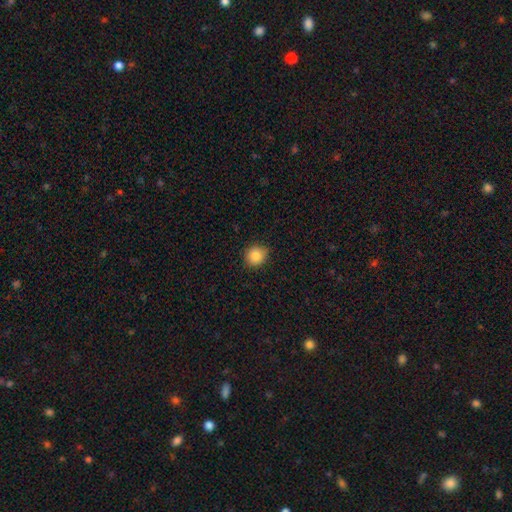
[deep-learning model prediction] Smooth or featured? Predicted: smooth (p=0.85). How rounded? Predicted: round (p=0.87). Merging? Predicted: none (p=0.87).